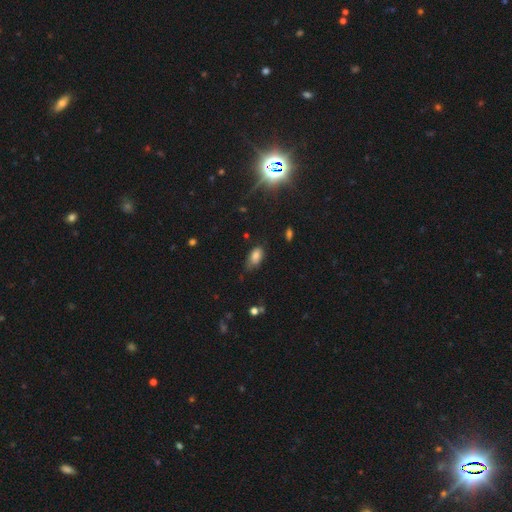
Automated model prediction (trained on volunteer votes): Smooth or featured: smooth — 78% (star or artifact — 12%)
How rounded: in between — 91% (round — 5%)
Merging: none — 53% (minor disturbance — 35%)